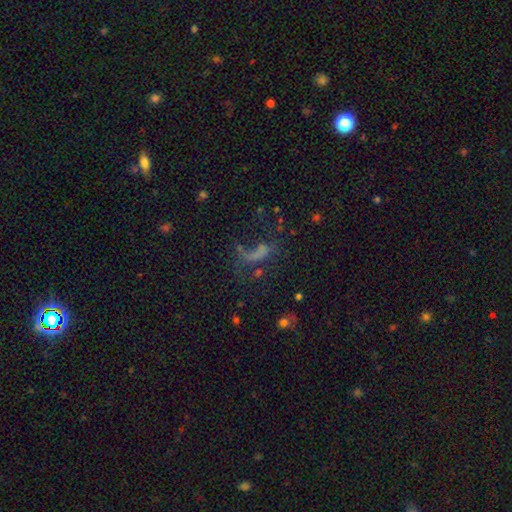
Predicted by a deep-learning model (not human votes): This appears to be a smooth galaxy with no disk features (36%). Merging: major disturbance (38%).